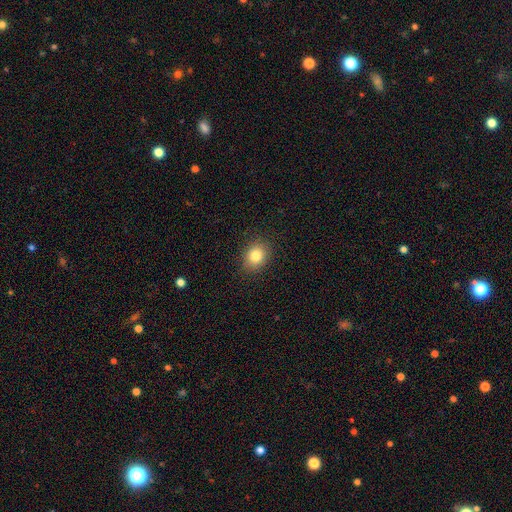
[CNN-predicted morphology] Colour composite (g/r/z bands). It shows a smooth galaxy with no disk features (82%) that is round (58%). Merging: none (88%).